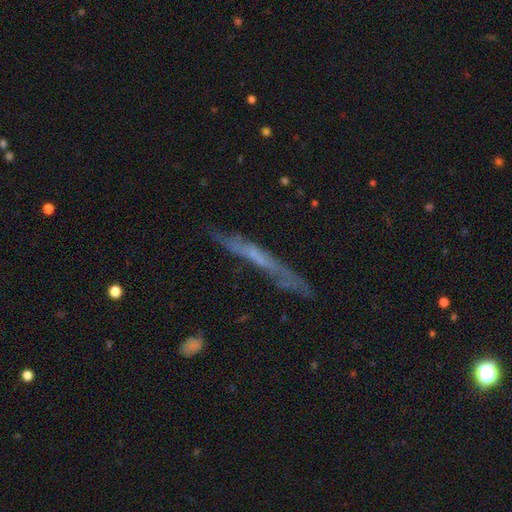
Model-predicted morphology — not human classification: smooth-or-featured: featured or disk: 58% | smooth: 32% | star or artifact: 9%
  disk-edge-on: yes: 79% | no: 21%
  merging: none: 65% | minor disturbance: 22% | major disturbance: 9% | merger: 3%